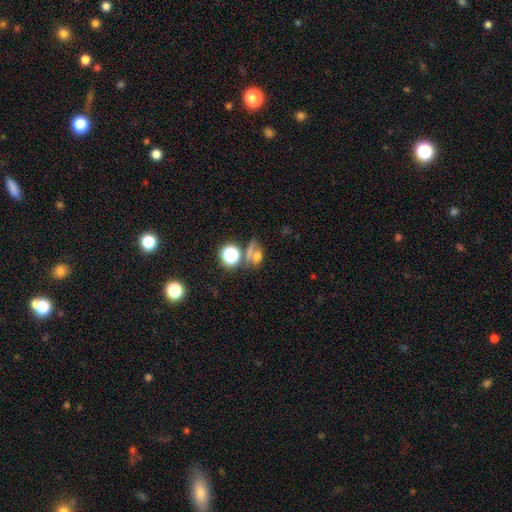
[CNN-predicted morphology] smooth-or-featured: smooth: 42% | star or artifact: 40% | featured or disk: 17%
  merging: none: 50% | merger: 28% | minor disturbance: 13% | major disturbance: 10%